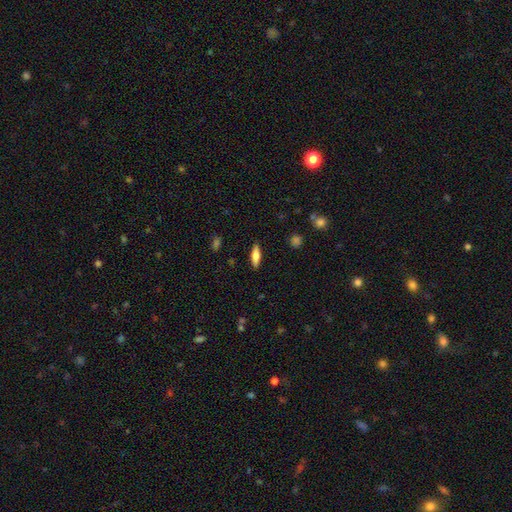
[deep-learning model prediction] Smooth or featured? smooth (65%)
How rounded? in between (54%)
Merging? none (88%)